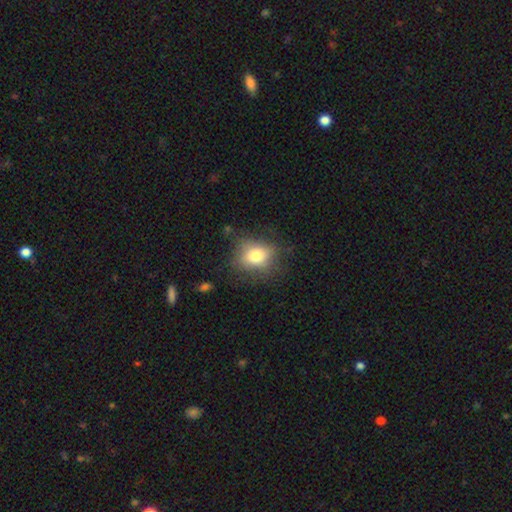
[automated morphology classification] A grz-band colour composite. It shows a smooth galaxy with no disk features (75%) that is round (54%). Merging: none (70%).